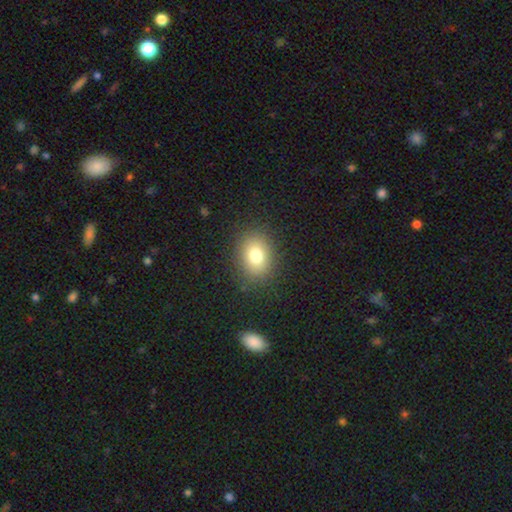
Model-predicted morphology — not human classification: The model was most divided on "how rounded": in between: 58%, round: 41%, cigar-shaped: 1%. More confident: merging — none (86%); smooth or featured — smooth (78%).